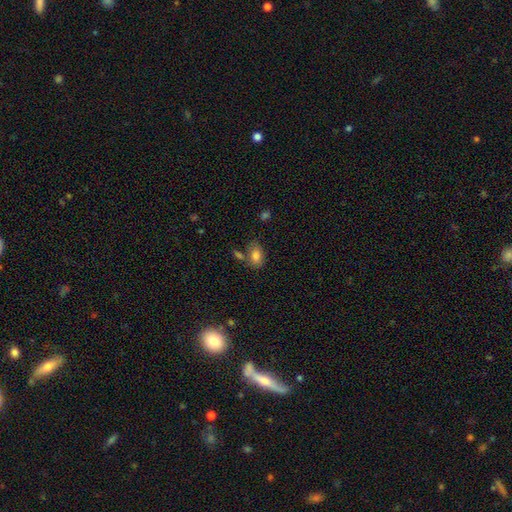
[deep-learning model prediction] smooth_or_featured: smooth (p=0.82) [alt: featured or disk p=0.09]
how_rounded: in between (p=0.87) [alt: round p=0.12]
merging: none (p=0.58) [alt: minor disturbance p=0.19]